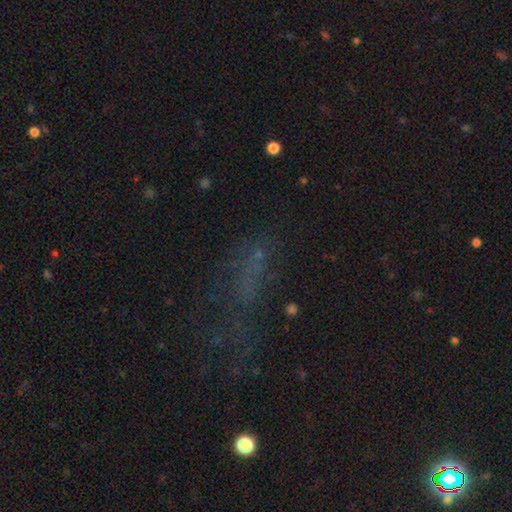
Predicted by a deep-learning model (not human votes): Smooth or featured: star or artifact — 39% (smooth — 36%)